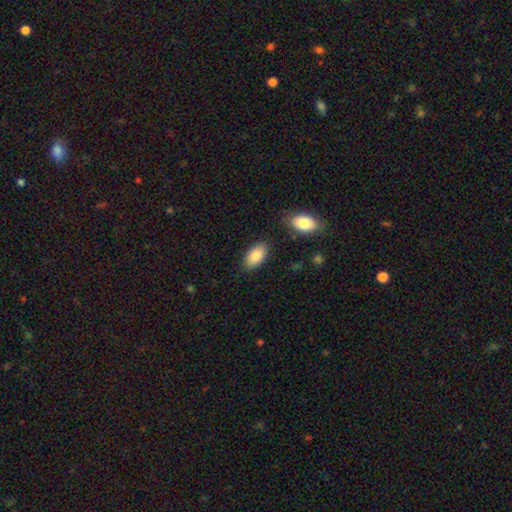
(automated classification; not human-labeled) This is clearly a smooth galaxy (87%). How rounded: clearly in between (94%). Merging: clearly none (83%).